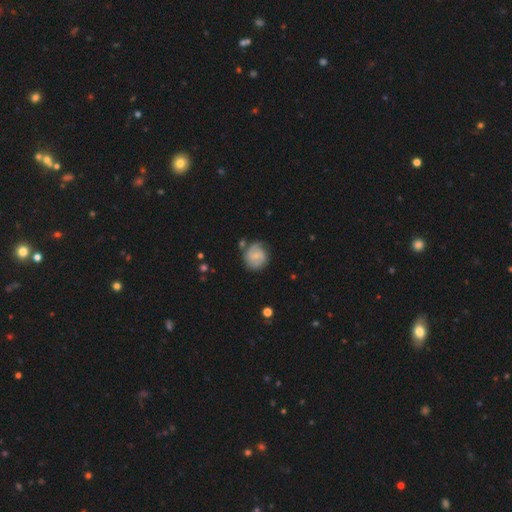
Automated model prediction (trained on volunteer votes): Morphology: type=featured or disk (59%); edge-on=no (98%); bar=weak (50%); spiral arms=yes (89%); winding=tight (44%); arm count=2 (68%); bulge=small (60%); merging=none (68%).